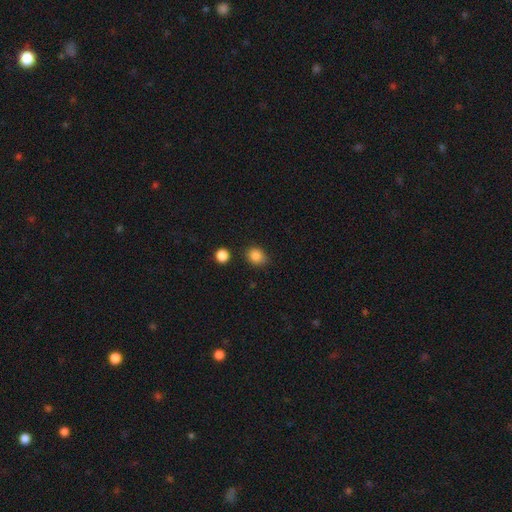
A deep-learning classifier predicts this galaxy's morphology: This is clearly a smooth galaxy (86%). How rounded: likely round (64%). Merging: likely none (74%).